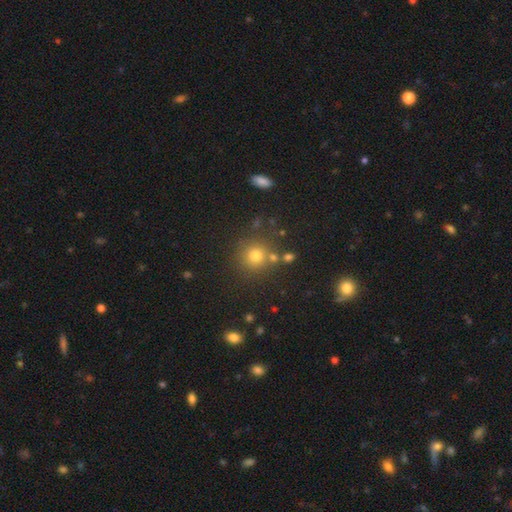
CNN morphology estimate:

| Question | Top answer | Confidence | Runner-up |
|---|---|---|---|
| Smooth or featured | smooth | 74% | star or artifact (18%) |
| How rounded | round | 91% | in between (8%) |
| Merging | none | 76% | merger (10%) |